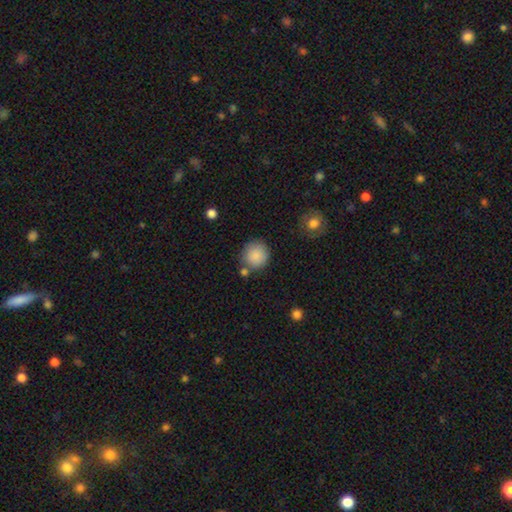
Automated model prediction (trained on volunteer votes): smooth 88%, star or artifact 7%, featured or disk 5%. Down the decision tree: how rounded — round (92%); merging — none (74%).